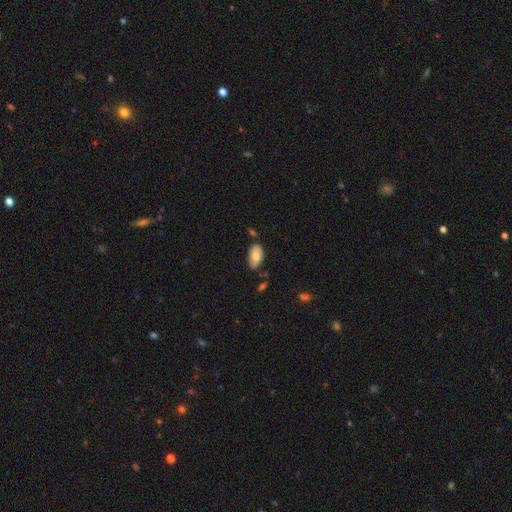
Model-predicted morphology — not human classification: A smooth galaxy with no disk features (74%) that is in between round and cigar-shaped (94%). Merging: none (66%).